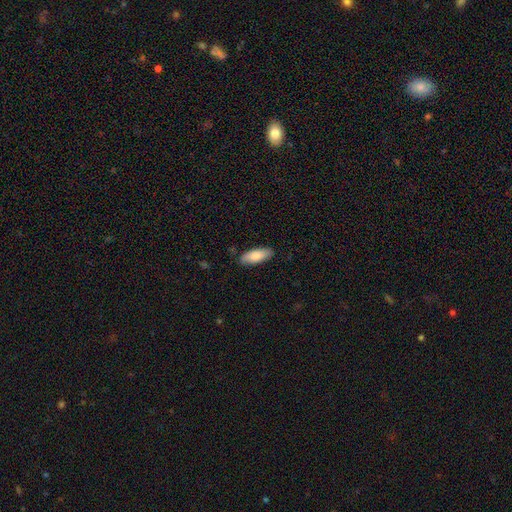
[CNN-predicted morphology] smooth-or-featured: smooth: 81% | featured or disk: 14% | star or artifact: 6%
  how-rounded: in between: 76% | cigar-shaped: 22% | round: 2%
  merging: none: 87% | minor disturbance: 10% | major disturbance: 2% | merger: 1%